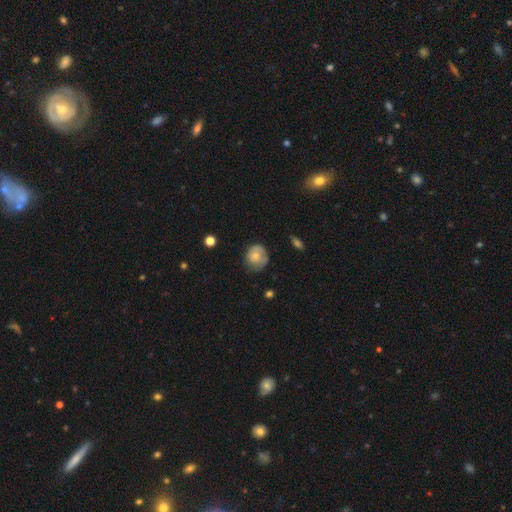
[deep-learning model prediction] Smooth or featured? smooth (67%)
How rounded? round (78%)
Merging? none (60%)